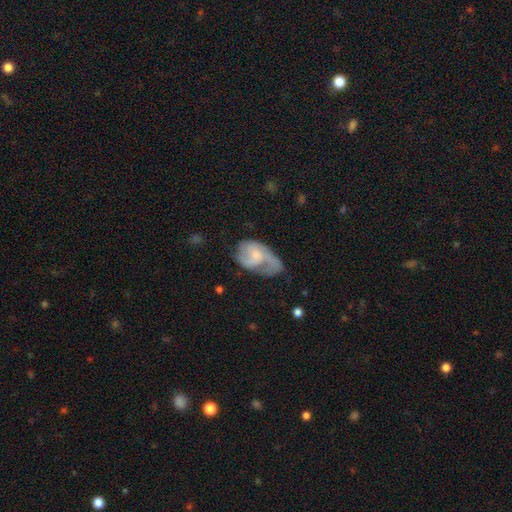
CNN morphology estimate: Smooth or featured?
  - featured or disk: 61% *
  - smooth: 32%
  - star or artifact: 7%
Edge-on disk?
  - no: 97% *
  - yes: 3%
Bar?
  - no: 66% *
  - weak: 29%
  - strong: 5%
Spiral arms?
  - yes: 80% *
  - no: 20%
Bulge size?
  - small: 47% *
  - moderate: 33%
  - none: 14%
  - large: 5%
  - dominant: 1%
Merging?
  - major disturbance: 38% *
  - minor disturbance: 29%
  - none: 28%
  - merger: 4%